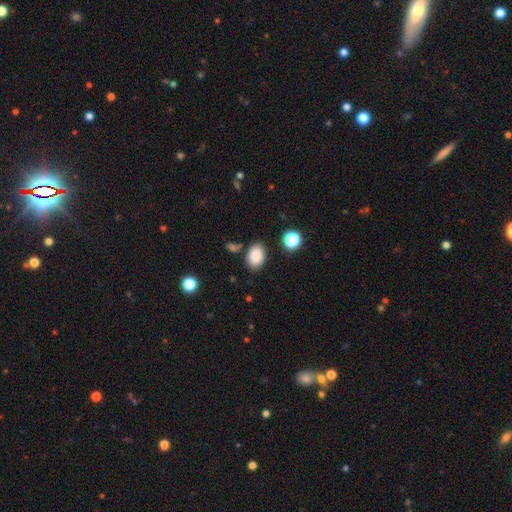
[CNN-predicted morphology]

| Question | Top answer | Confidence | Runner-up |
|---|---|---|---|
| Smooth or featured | smooth | 87% | star or artifact (9%) |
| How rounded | in between | 83% | round (16%) |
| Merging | none | 80% | minor disturbance (12%) |